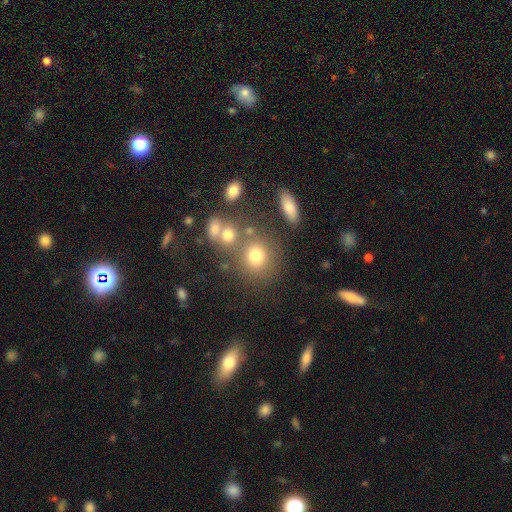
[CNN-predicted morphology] type=smooth (73%); roundness=round (77%); merging=none (64%).